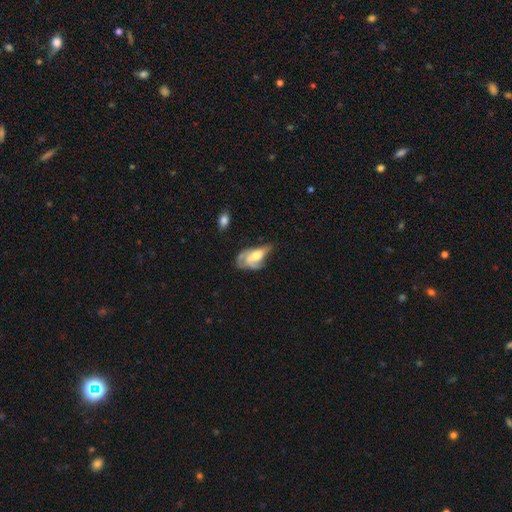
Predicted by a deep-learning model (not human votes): Smooth or featured: featured or disk — 58% (smooth — 34%)
Edge-on disk: no — 89% (yes — 11%)
Bar: no — 71% (weak — 21%)
Spiral arms: yes — 62% (no — 38%)
Bulge size: moderate — 56% (large — 23%)
Merging: major disturbance — 38% (none — 27%)